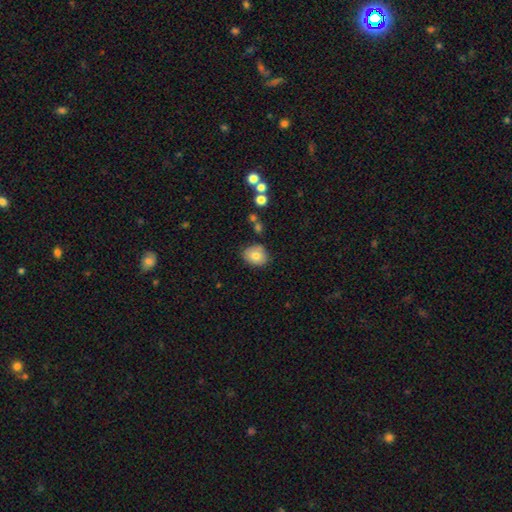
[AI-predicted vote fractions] Q: Smooth or featured?
A: smooth (77%); runner-up: featured or disk (13%)
Q: How rounded?
A: round (52%); runner-up: in between (47%)
Q: Merging?
A: none (75%); runner-up: minor disturbance (17%)